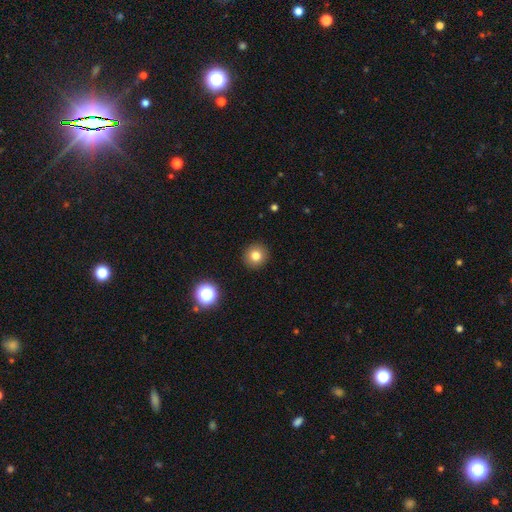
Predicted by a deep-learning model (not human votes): Smooth or featured? smooth (79%)
How rounded? round (92%)
Merging? none (92%)